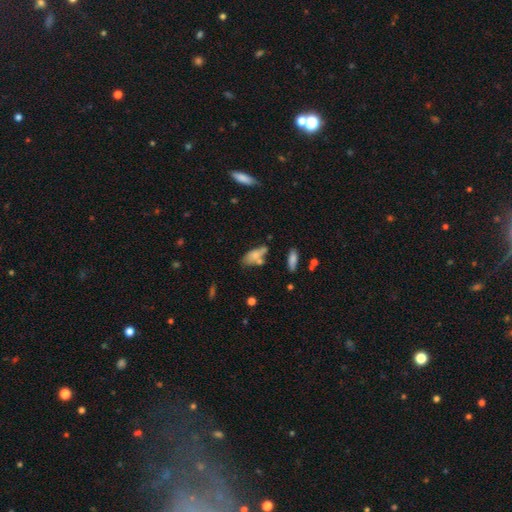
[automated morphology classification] smooth-or-featured: smooth: 70% | featured or disk: 21% | star or artifact: 9%
  how-rounded: in between: 74% | cigar-shaped: 22% | round: 3%
  merging: none: 44% | merger: 23% | minor disturbance: 23% | major disturbance: 9%